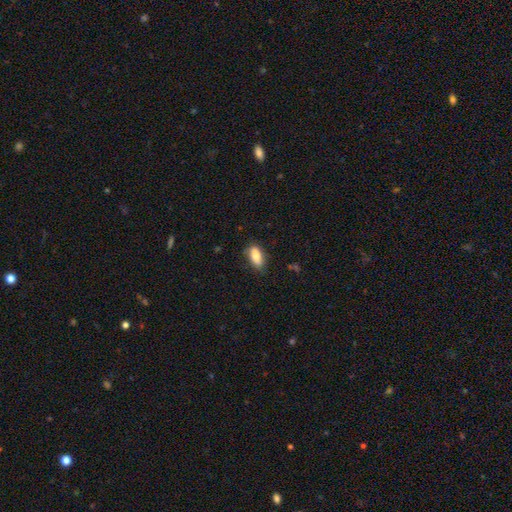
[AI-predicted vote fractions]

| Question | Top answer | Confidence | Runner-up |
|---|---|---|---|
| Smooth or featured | smooth | 82% | featured or disk (10%) |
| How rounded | in between | 83% | cigar-shaped (14%) |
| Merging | none | 77% | minor disturbance (18%) |